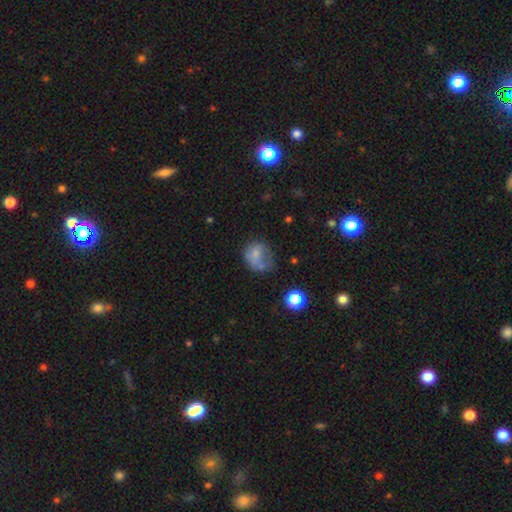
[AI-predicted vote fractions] smooth 62%, featured or disk 26%, star or artifact 12%. Down the decision tree: how rounded — round (59%); merging — major disturbance (34%).